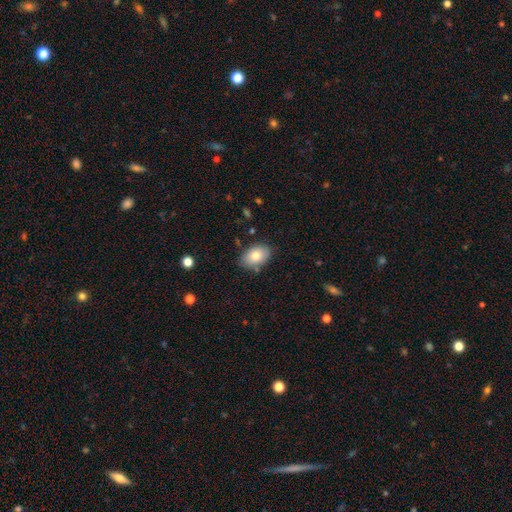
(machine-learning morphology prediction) smooth-or-featured: smooth: 80% | featured or disk: 12% | star or artifact: 7%
  how-rounded: in between: 86% | round: 12% | cigar-shaped: 1%
  merging: none: 81% | minor disturbance: 14% | major disturbance: 3% | merger: 3%